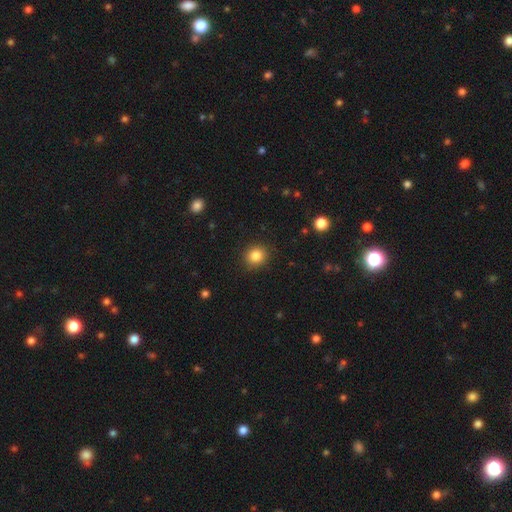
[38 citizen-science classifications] Morphology: type=smooth (89%); roundness=round (97%); merging=none (85%).